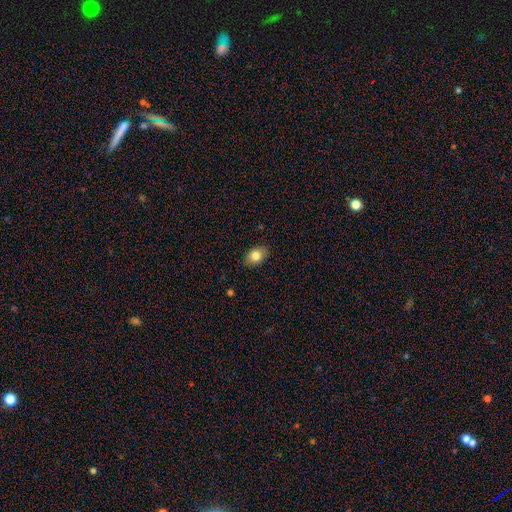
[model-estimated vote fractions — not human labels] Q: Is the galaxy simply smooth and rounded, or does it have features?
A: smooth — 82%.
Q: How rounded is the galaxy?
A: in between — 77%.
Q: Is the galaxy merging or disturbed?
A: none — 86%.